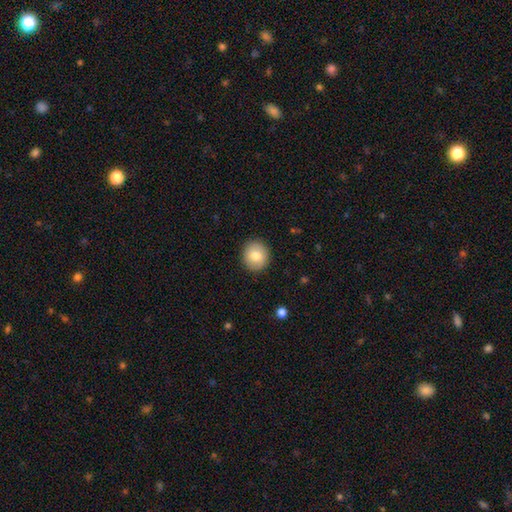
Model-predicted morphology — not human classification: Smooth or featured? Predicted: smooth (p=0.78). How rounded? Predicted: round (p=0.85). Merging? Predicted: none (p=0.90).